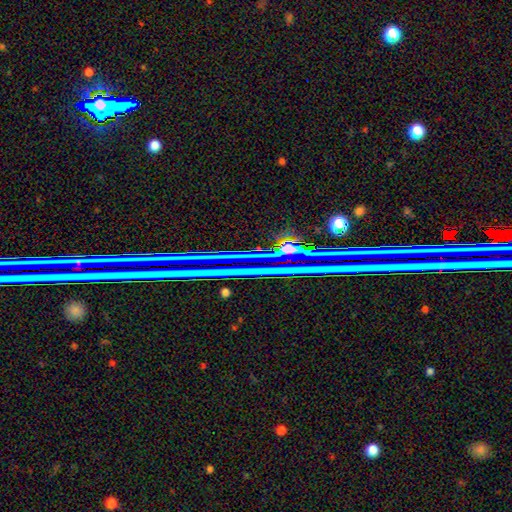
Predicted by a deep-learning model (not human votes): The model was most divided on "smooth or featured": star or artifact: 76%, featured or disk: 14%, smooth: 11%.